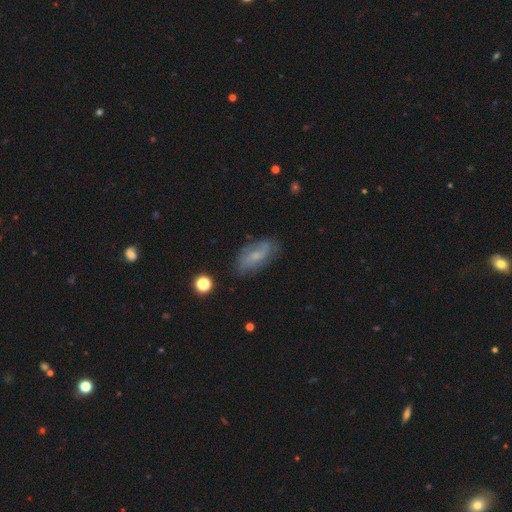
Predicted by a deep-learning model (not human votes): A featured or disk galaxy (55%).

Vote fractions:
- Smooth or featured? featured or disk: 55% / smooth: 36% / star or artifact: 9%
- Edge-on disk? no: 91% / yes: 9%
- Merging? none: 72% / minor disturbance: 20% / major disturbance: 6% / merger: 2%